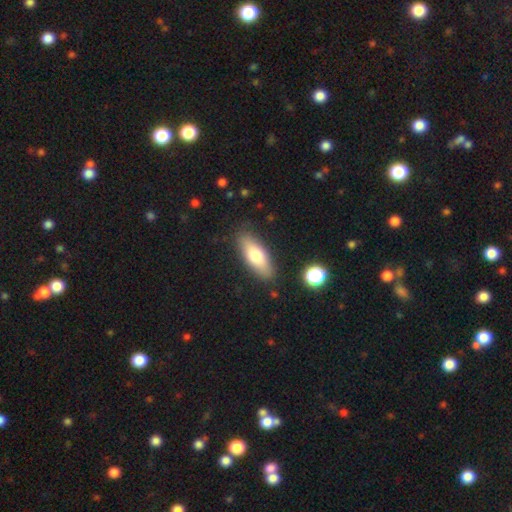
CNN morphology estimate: smooth_or_featured: smooth (p=0.71) [alt: featured or disk p=0.23]
how_rounded: in between (p=0.66) [alt: cigar-shaped p=0.32]
merging: none (p=0.85) [alt: minor disturbance p=0.10]